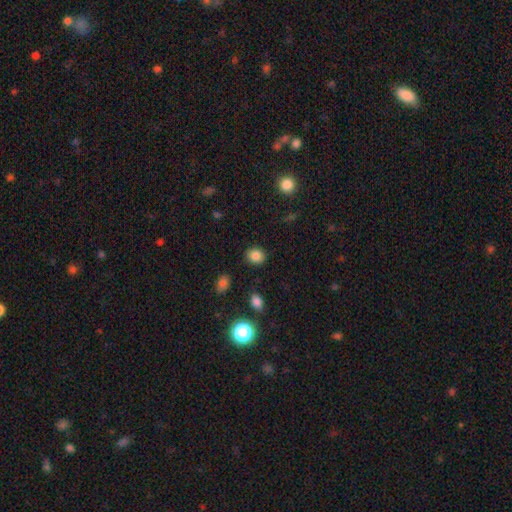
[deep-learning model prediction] Smooth or featured: smooth — 84% (star or artifact — 11%)
How rounded: round — 64% (in between — 35%)
Merging: none — 88% (minor disturbance — 8%)